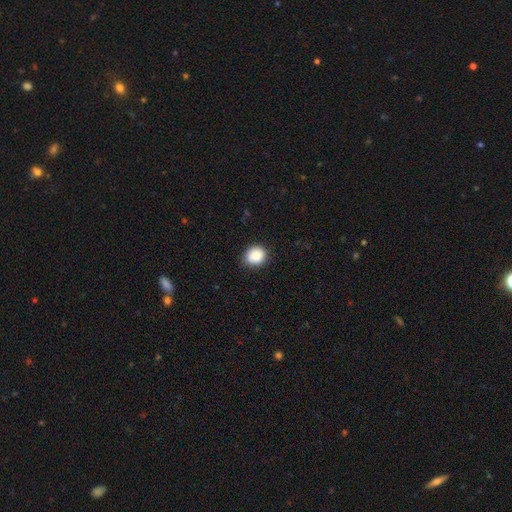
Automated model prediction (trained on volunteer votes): Smooth or featured? smooth (88%)
How rounded? round (79%)
Merging? none (85%)